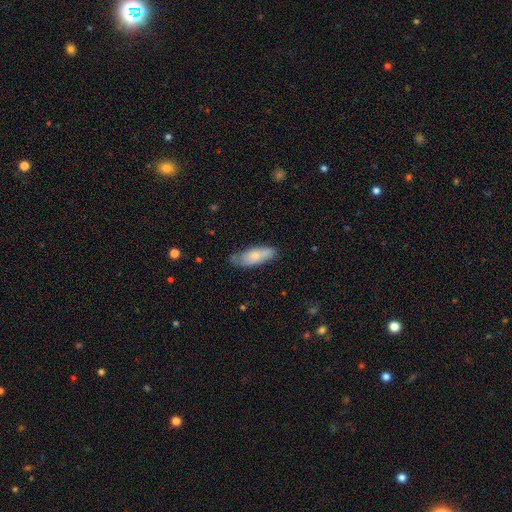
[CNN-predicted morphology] smooth-or-featured: smooth: 67% | featured or disk: 27% | star or artifact: 6%
  how-rounded: in between: 64% | cigar-shaped: 34% | round: 2%
  merging: none: 62% | minor disturbance: 29% | major disturbance: 6% | merger: 3%